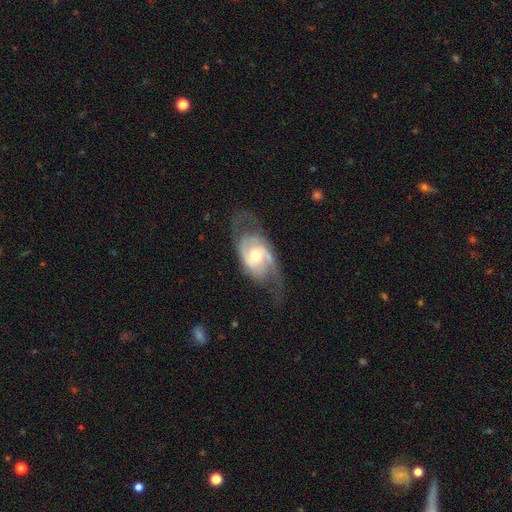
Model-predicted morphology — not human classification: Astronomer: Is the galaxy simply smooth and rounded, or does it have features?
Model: featured or disk — 85%.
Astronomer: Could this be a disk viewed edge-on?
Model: no — 95%.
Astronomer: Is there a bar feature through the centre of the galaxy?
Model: no — 47% (runner-up: weak, 42%).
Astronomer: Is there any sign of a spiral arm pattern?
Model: yes — 94%.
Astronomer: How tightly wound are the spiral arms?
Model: medium — 47% (runner-up: tight, 27%).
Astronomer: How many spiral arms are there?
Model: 2 — 79%.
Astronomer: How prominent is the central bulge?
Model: moderate — 67%.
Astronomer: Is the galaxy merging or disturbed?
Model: none — 64%.